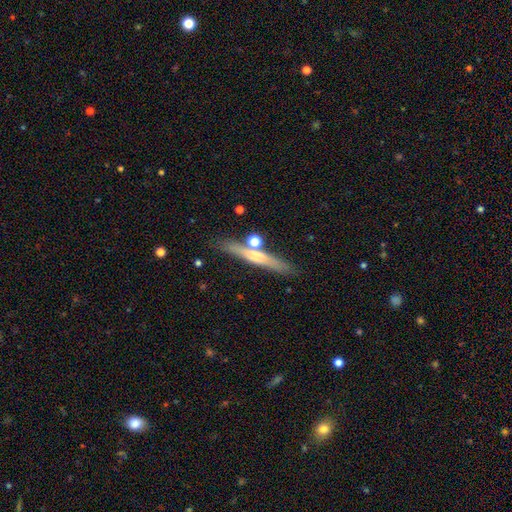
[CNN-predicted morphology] Q: Smooth or featured?
A: smooth (48%); runner-up: featured or disk (45%)
Q: Merging?
A: none (78%); runner-up: minor disturbance (10%)